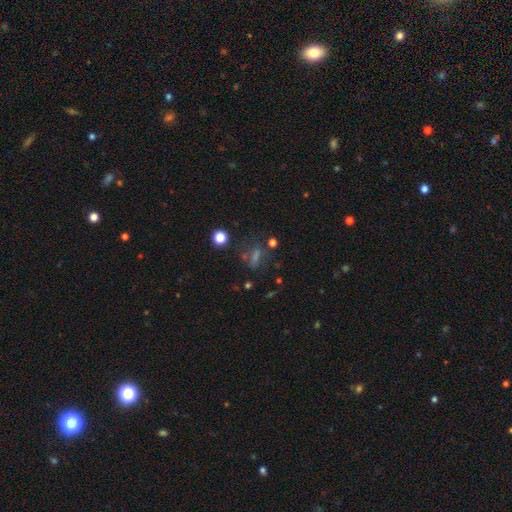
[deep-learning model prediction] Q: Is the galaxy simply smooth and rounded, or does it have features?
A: star or artifact — 38%, tied with smooth.